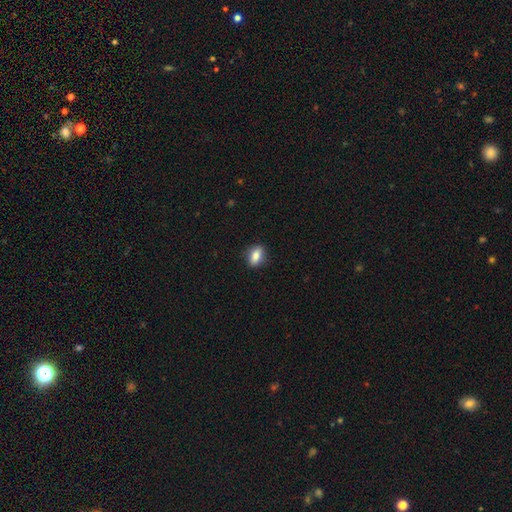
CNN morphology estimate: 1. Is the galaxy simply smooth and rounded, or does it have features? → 82% smooth, 10% featured or disk, 8% star or artifact.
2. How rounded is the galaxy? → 77% in between, 17% round, 5% cigar-shaped.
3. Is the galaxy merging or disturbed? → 86% none, 10% minor disturbance, 2% major disturbance, 1% merger.